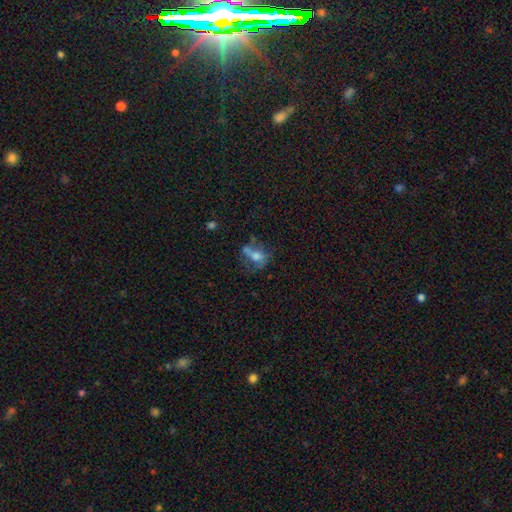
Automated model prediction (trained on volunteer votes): Smooth or featured? Predicted: featured or disk (p=0.44). Merging? Predicted: none (p=0.39).